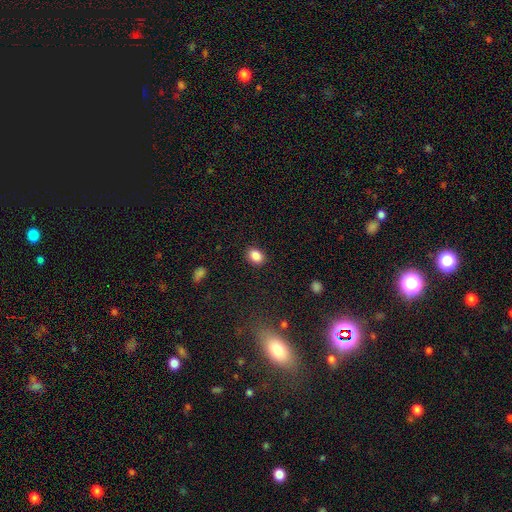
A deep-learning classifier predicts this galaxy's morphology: Smooth or featured? Predicted: smooth (p=0.87). How rounded? Predicted: in between (p=0.70). Merging? Predicted: none (p=0.88).